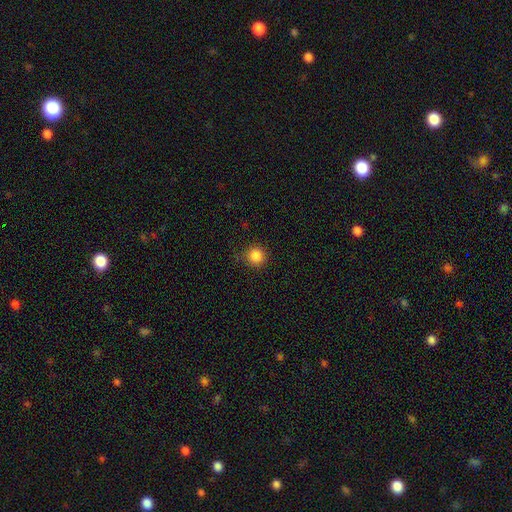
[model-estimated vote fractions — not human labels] A smooth galaxy with no disk features (85%) that is round (93%).

Vote fractions:
- Smooth or featured? smooth: 85% / star or artifact: 11% / featured or disk: 4%
- How rounded? round: 93% / in between: 6% / cigar-shaped: 1%
- Merging? none: 84% / minor disturbance: 12% / major disturbance: 3% / merger: 1%